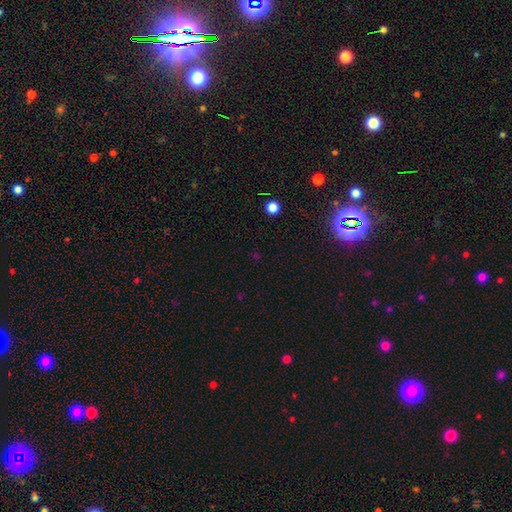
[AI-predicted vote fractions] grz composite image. It shows a star or artifact, not a galaxy (61%).